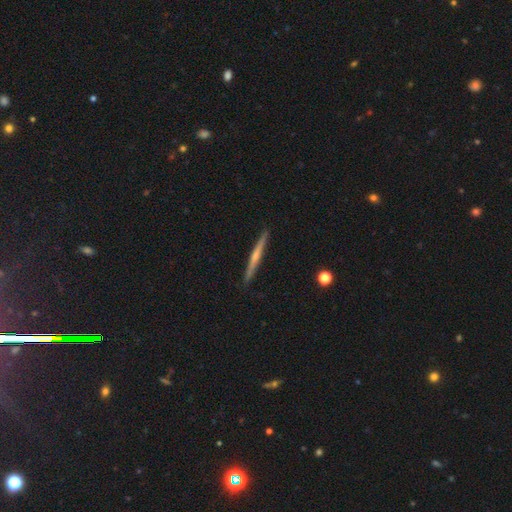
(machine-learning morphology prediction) A featured or disk galaxy (58%) viewed edge-on (98%) with a rounded central bulge (47%).

Vote fractions:
- Smooth or featured? featured or disk: 58% / smooth: 36% / star or artifact: 6%
- Edge-on disk? yes: 98% / no: 2%
- Edge-on bulge? rounded: 47% / none: 45% / boxy: 8%
- Merging? none: 91% / minor disturbance: 6% / major disturbance: 1% / merger: 1%